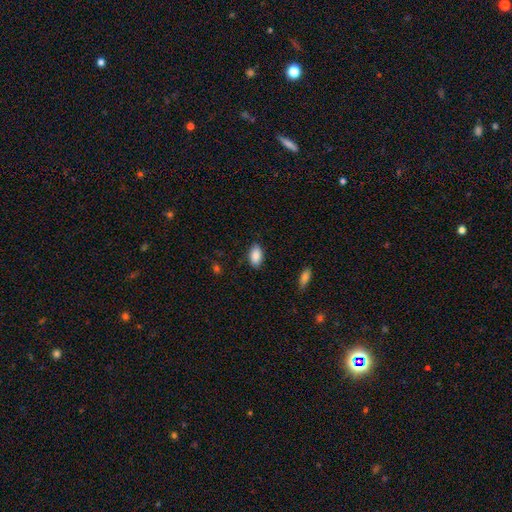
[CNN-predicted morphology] A smooth galaxy with no disk features (88%) that is in between round and cigar-shaped (93%).

Vote fractions:
- Smooth or featured? smooth: 88% / star or artifact: 7% / featured or disk: 5%
- How rounded? in between: 93% / round: 4% / cigar-shaped: 3%
- Merging? none: 85% / minor disturbance: 11% / major disturbance: 3% / merger: 1%